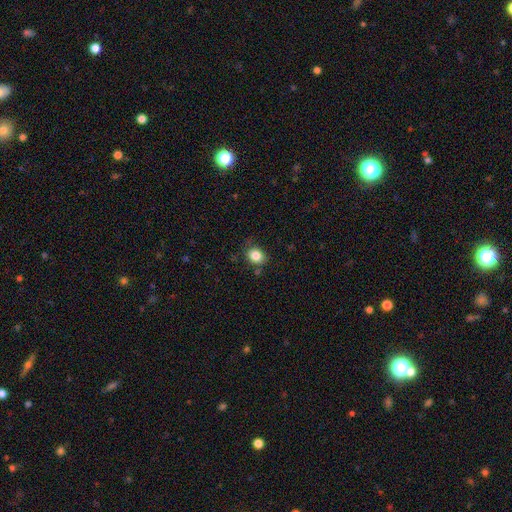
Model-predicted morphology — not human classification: smooth_or_featured: smooth (p=0.83) [alt: star or artifact p=0.10]
how_rounded: round (p=0.62) [alt: in between p=0.37]
merging: none (p=0.77) [alt: minor disturbance p=0.16]